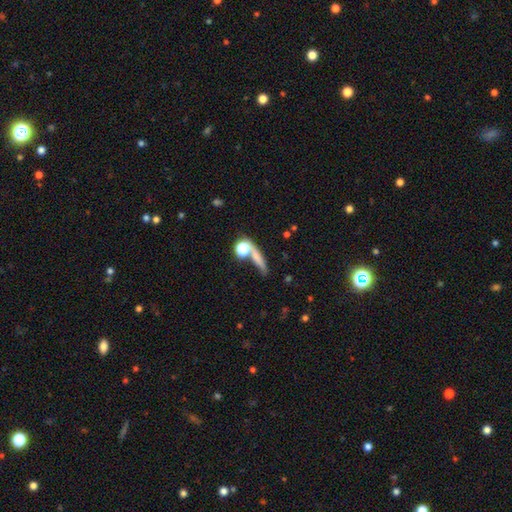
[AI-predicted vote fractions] A smooth galaxy with no disk features (65%) that is cigar-shaped (58%). Merging: none (56%).